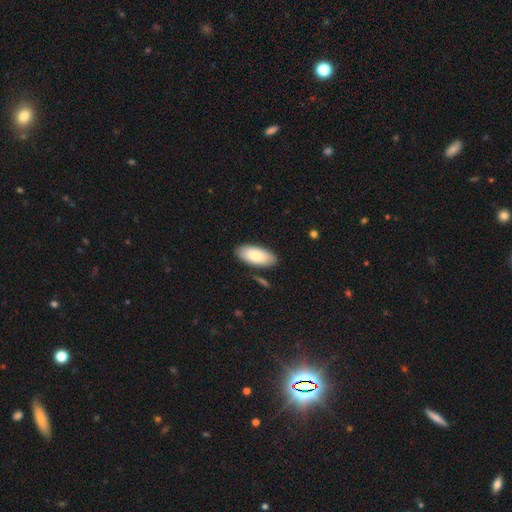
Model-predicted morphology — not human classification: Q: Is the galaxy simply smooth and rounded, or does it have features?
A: smooth — 82%.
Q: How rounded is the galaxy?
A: in between — 90%.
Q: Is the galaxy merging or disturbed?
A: none — 85%.